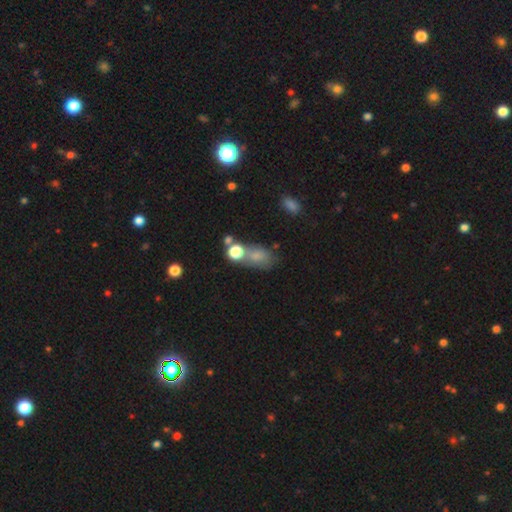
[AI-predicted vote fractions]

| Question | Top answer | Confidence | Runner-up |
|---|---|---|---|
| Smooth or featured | smooth | 70% | star or artifact (16%) |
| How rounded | in between | 73% | round (24%) |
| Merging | none | 40% | merger (27%) |